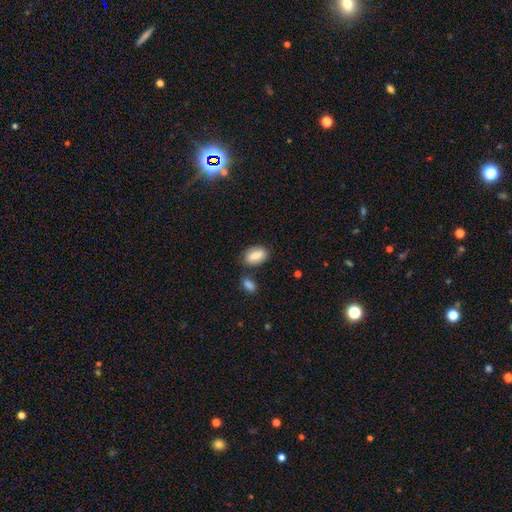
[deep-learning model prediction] smooth-or-featured: smooth: 80% | featured or disk: 13% | star or artifact: 7%
  how-rounded: in between: 89% | round: 7% | cigar-shaped: 4%
  merging: none: 68% | minor disturbance: 16% | merger: 12% | major disturbance: 4%